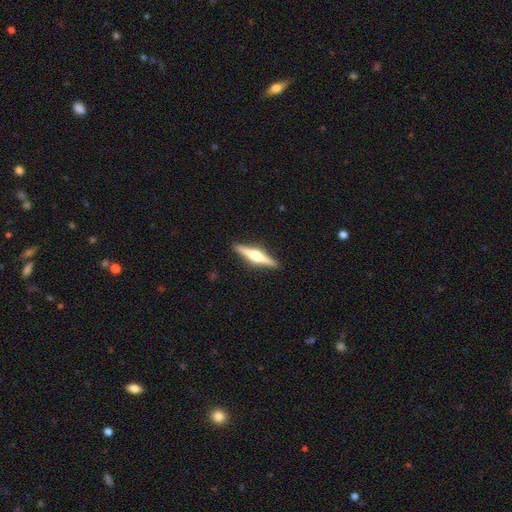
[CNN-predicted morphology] Smooth or featured?
  - featured or disk: 74% *
  - smooth: 21%
  - star or artifact: 5%
Edge-on disk?
  - yes: 98% *
  - no: 2%
Edge-on bulge?
  - rounded: 93% *
  - boxy: 5%
  - none: 2%
Merging?
  - none: 92% *
  - minor disturbance: 6%
  - major disturbance: 1%
  - merger: 1%